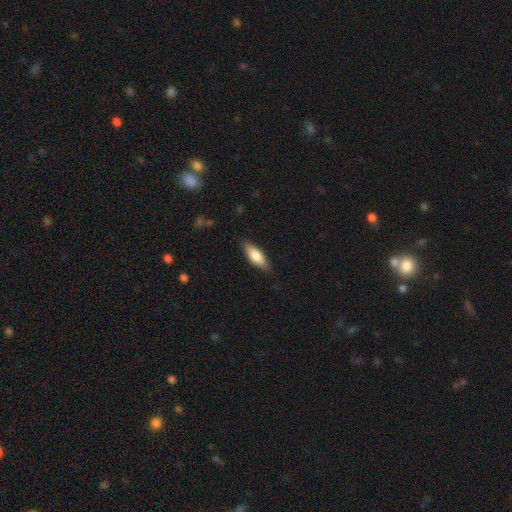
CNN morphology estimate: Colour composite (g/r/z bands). It shows a smooth galaxy with no disk features (75%) that is in between round and cigar-shaped (62%). Merging: none (85%).